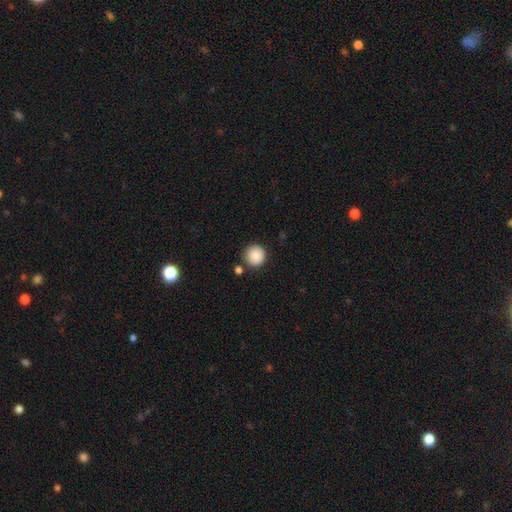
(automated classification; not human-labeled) This is clearly a smooth galaxy (86%). How rounded: clearly round (95%). Merging: clearly none (85%).